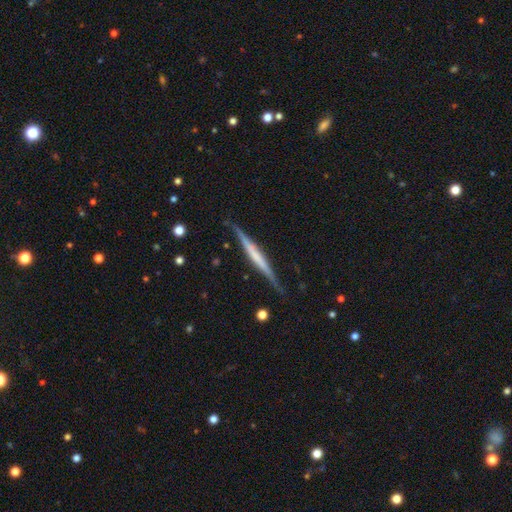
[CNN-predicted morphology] Smooth or featured?
  - featured or disk: 66% *
  - smooth: 29%
  - star or artifact: 5%
Edge-on disk?
  - yes: 97% *
  - no: 3%
Edge-on bulge?
  - none: 63% *
  - rounded: 19%
  - boxy: 17%
Merging?
  - none: 83% *
  - minor disturbance: 13%
  - major disturbance: 2%
  - merger: 2%